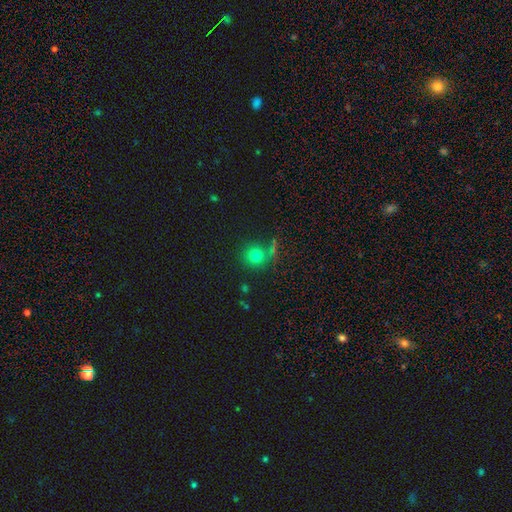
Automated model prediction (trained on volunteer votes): A smooth galaxy with no disk features (76%) that is round (92%). Merging: none (76%).